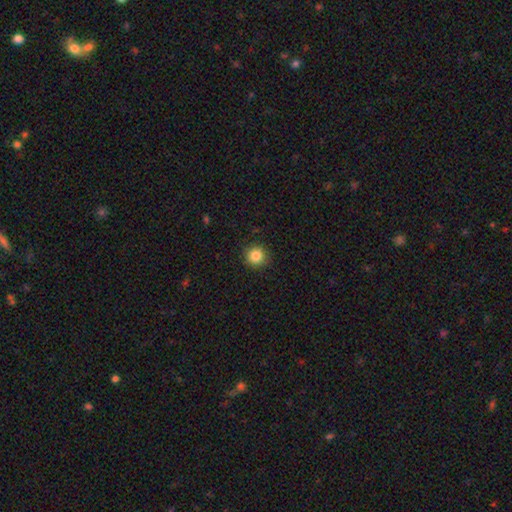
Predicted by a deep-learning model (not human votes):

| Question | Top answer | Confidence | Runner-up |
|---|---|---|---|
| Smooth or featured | smooth | 85% | star or artifact (11%) |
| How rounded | round | 93% | in between (6%) |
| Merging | none | 90% | minor disturbance (7%) |